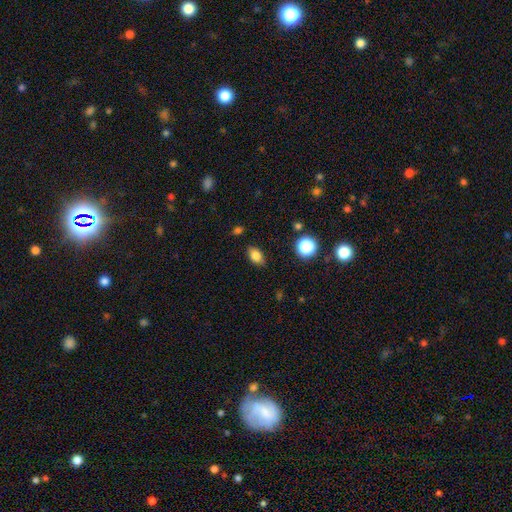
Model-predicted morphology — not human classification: Q: Smooth or featured?
A: smooth (83%); runner-up: star or artifact (10%)
Q: How rounded?
A: in between (84%); runner-up: round (13%)
Q: Merging?
A: none (83%); runner-up: minor disturbance (13%)